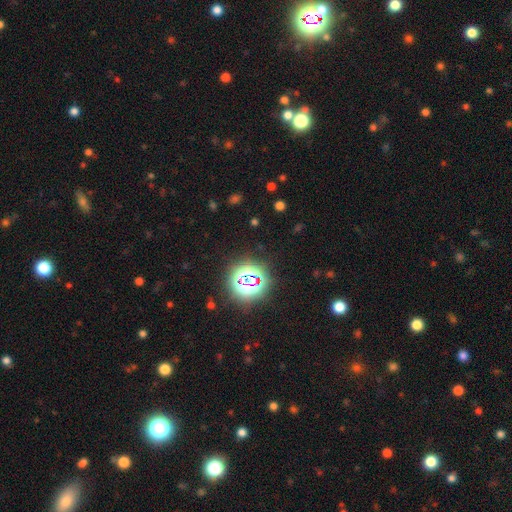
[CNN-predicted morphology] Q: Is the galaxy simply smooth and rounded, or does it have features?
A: star or artifact — 72%.